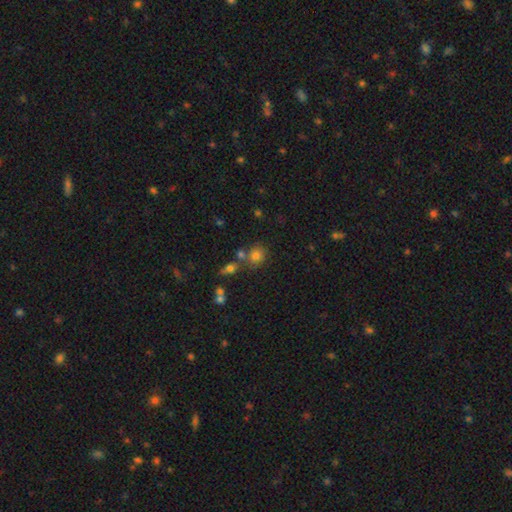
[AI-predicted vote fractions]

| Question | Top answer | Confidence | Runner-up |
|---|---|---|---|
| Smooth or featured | smooth | 74% | star or artifact (15%) |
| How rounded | round | 78% | in between (21%) |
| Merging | none | 63% | merger (21%) |